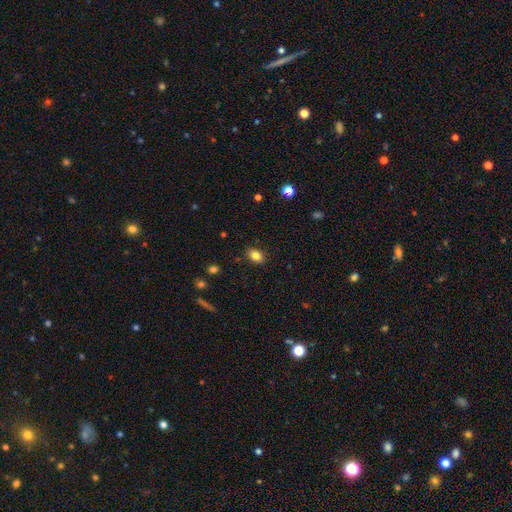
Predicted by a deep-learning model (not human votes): Overall: smooth (83%). How rounded: in between (72%). Merging: none (84%).